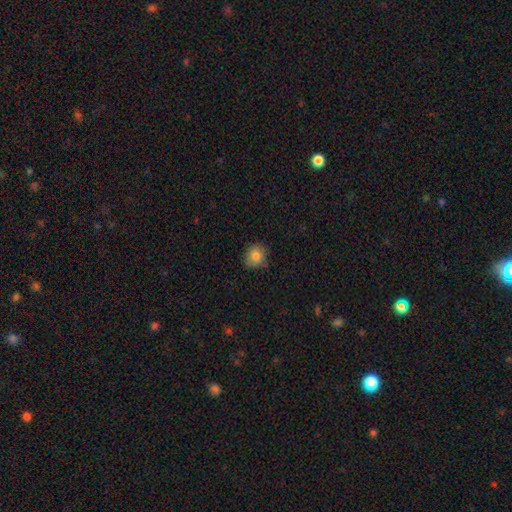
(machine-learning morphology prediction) A smooth galaxy with no disk features (84%) that is round (74%).

Vote fractions:
- Smooth or featured? smooth: 84% / star or artifact: 9% / featured or disk: 7%
- How rounded? round: 74% / in between: 25% / cigar-shaped: 1%
- Merging? none: 80% / minor disturbance: 16% / major disturbance: 3% / merger: 1%